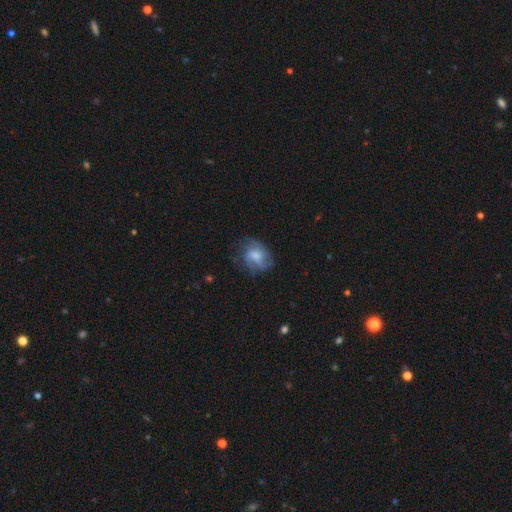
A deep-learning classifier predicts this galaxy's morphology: This appears to be a smooth galaxy with no disk features (48%). Merging: none (56%).